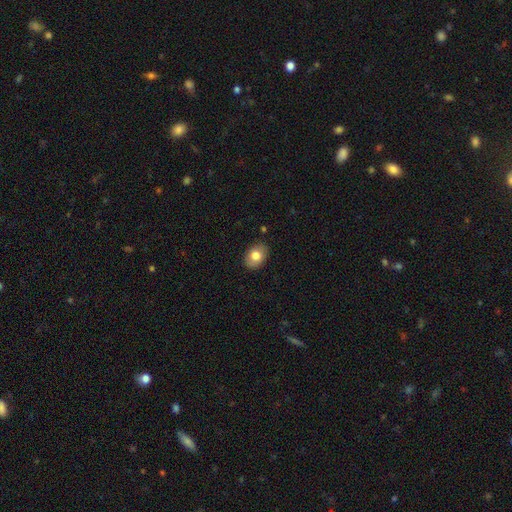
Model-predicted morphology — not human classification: This is likely a smooth galaxy (79%). How rounded: likely in between (74%). Merging: clearly none (87%).